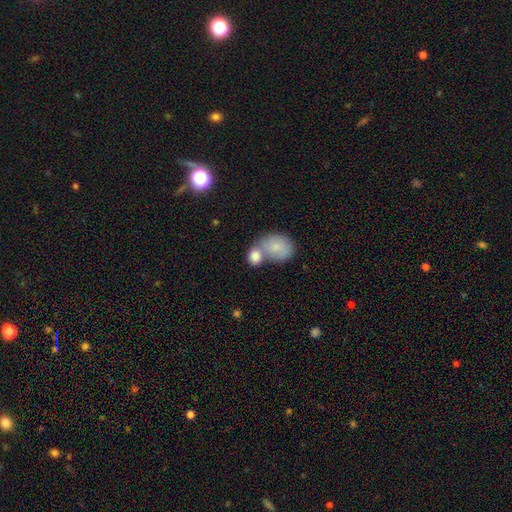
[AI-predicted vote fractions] smooth 83%, featured or disk 10%, star or artifact 7%. Down the decision tree: how rounded — in between (53%); merging — merger (57%).